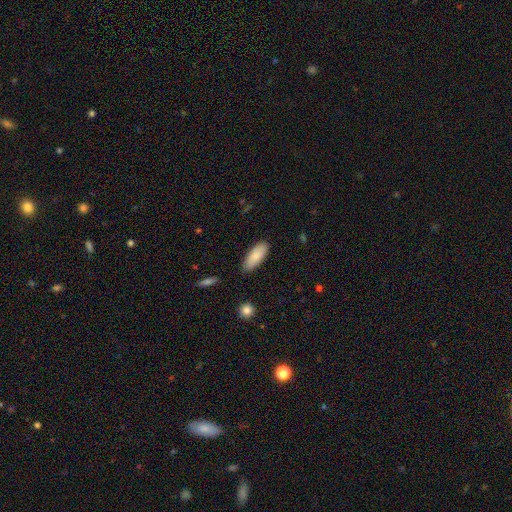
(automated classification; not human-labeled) Smooth or featured: smooth — 84% (featured or disk — 11%)
How rounded: in between — 80% (cigar-shaped — 18%)
Merging: none — 84% (minor disturbance — 12%)